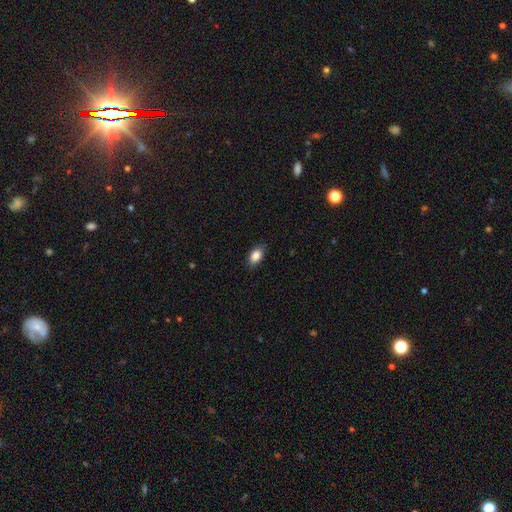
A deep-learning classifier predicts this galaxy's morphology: type=smooth (87%); roundness=in between (88%); merging=none (85%).